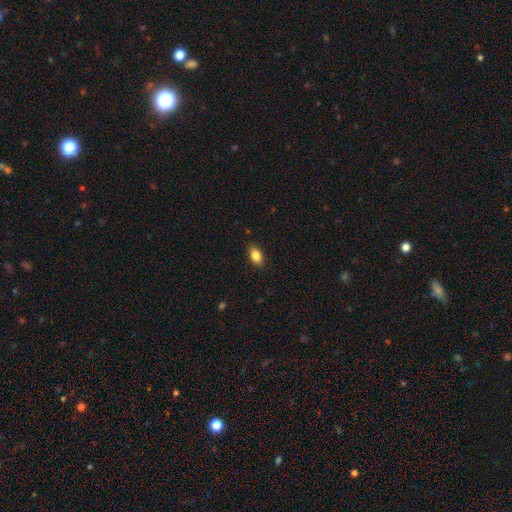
smooth-or-featured: smooth: 89% | featured or disk: 5% | star or artifact: 5%
  how-rounded: in between: 94% | round: 6% | cigar-shaped: 0%
  merging: none: 97% | major disturbance: 3% | minor disturbance: 0% | merger: 0%